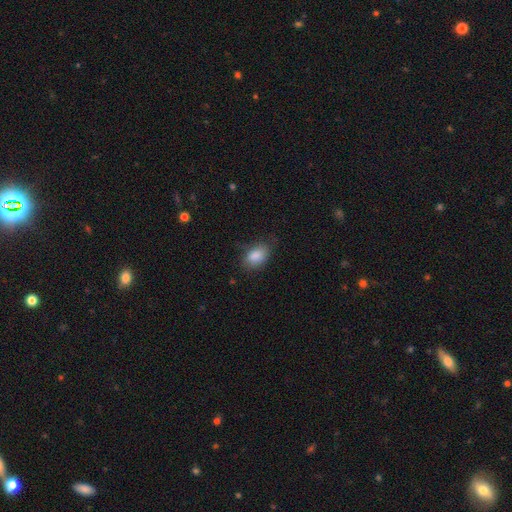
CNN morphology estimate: A smooth galaxy with no disk features (86%) that is in between round and cigar-shaped (85%). Merging: none (69%).